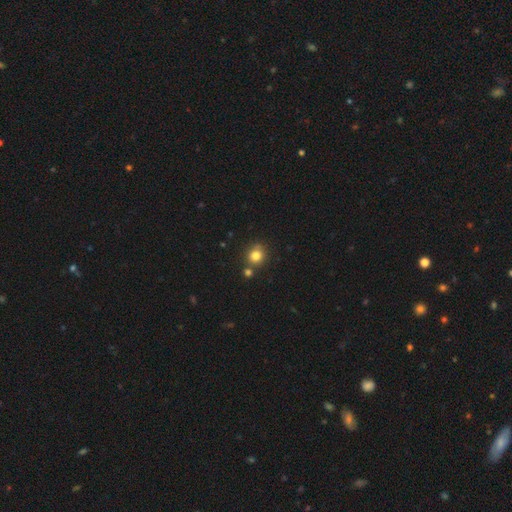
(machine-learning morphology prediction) This is clearly a smooth galaxy (81%). How rounded: clearly round (87%). Merging: likely none (72%).